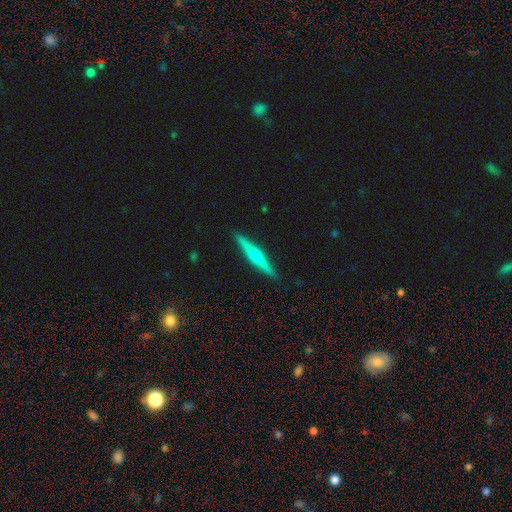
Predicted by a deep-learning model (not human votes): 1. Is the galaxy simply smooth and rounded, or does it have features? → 60% featured or disk, 34% smooth, 6% star or artifact.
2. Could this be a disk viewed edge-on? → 98% yes, 2% no.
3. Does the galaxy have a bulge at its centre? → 73% rounded, 15% none, 12% boxy.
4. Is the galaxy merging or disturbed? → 91% none, 6% minor disturbance, 1% major disturbance, 1% merger.